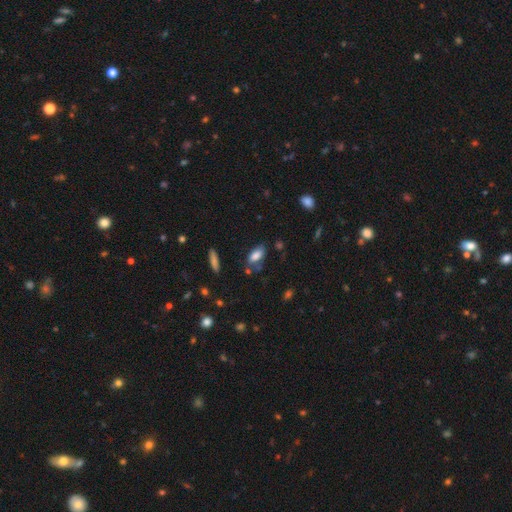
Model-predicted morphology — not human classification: The model was most divided on "merging": none: 60%, minor disturbance: 25%, major disturbance: 9%, merger: 6%. More confident: how rounded — in between (87%); smooth or featured — smooth (78%).